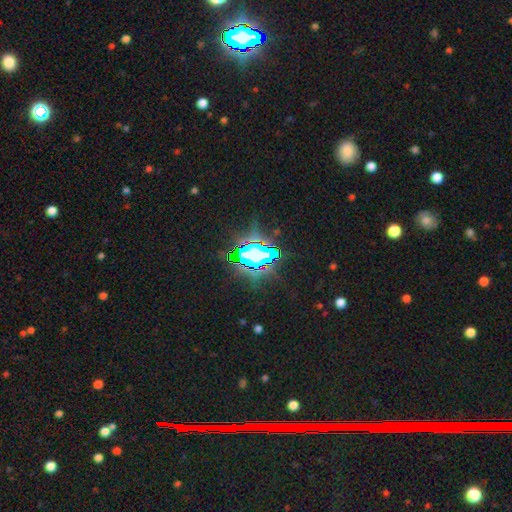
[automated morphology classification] Smooth or featured: star or artifact — 71% (smooth — 17%)